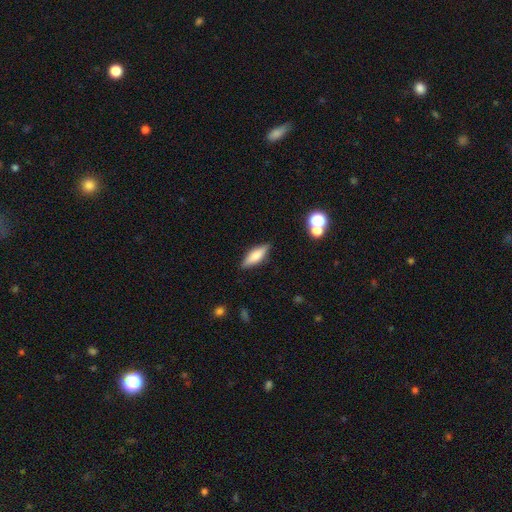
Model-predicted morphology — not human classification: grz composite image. It shows a smooth galaxy with no disk features (65%) that is in between round and cigar-shaped (49%). Merging: none (85%).